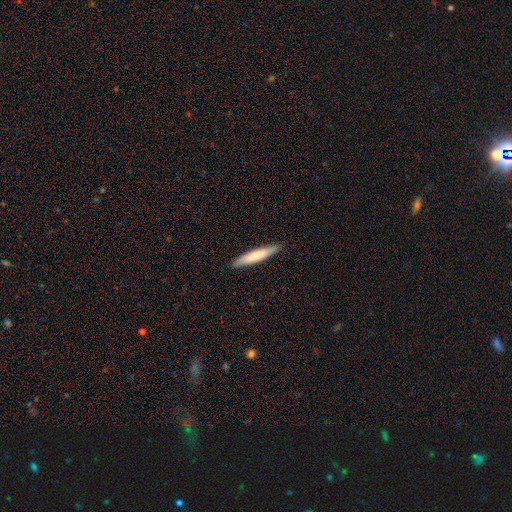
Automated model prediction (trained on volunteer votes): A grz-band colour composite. It shows a smooth galaxy with no disk features (70%) that is cigar-shaped (91%). Merging: none (87%).